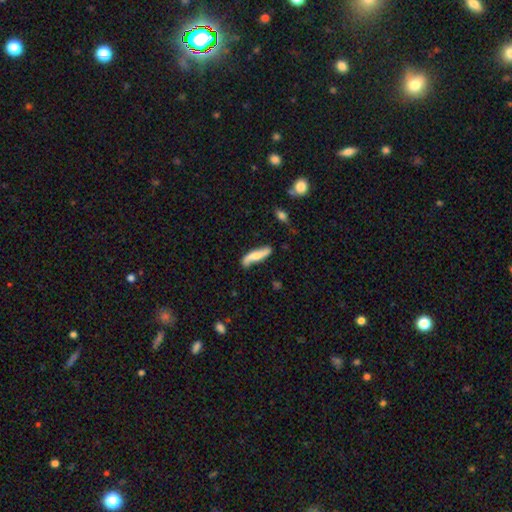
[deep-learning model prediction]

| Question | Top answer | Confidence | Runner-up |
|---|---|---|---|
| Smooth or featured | featured or disk | 51% | smooth (43%) |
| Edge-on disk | no | 63% | yes (37%) |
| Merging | none | 72% | minor disturbance (20%) |